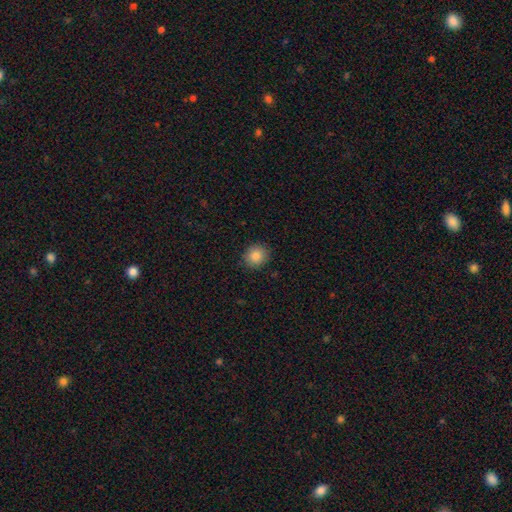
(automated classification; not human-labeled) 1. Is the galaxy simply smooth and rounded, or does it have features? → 85% smooth, 10% star or artifact, 6% featured or disk.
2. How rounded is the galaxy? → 79% round, 20% in between, 1% cigar-shaped.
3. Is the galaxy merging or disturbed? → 89% none, 8% minor disturbance, 2% major disturbance, 1% merger.